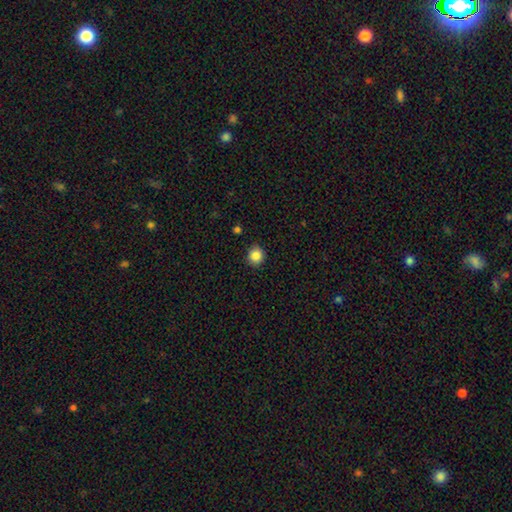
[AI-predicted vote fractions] This appears to be a smooth galaxy with no disk features (85%) that is round (86%). Merging: none (89%).